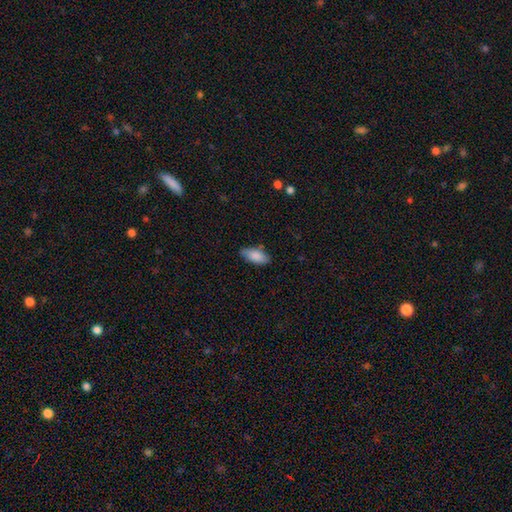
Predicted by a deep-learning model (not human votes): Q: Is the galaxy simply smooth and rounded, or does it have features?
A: smooth — 86%.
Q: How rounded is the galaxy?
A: in between — 87%.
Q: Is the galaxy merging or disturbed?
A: none — 80%.